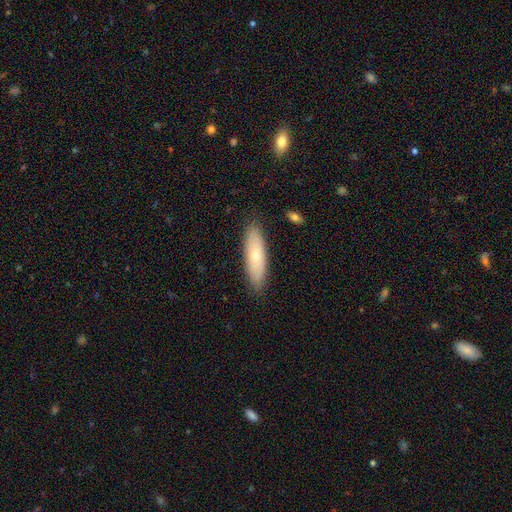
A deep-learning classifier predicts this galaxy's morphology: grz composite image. It shows a smooth galaxy with no disk features (63%) that is cigar-shaped (51%). Merging: none (87%).